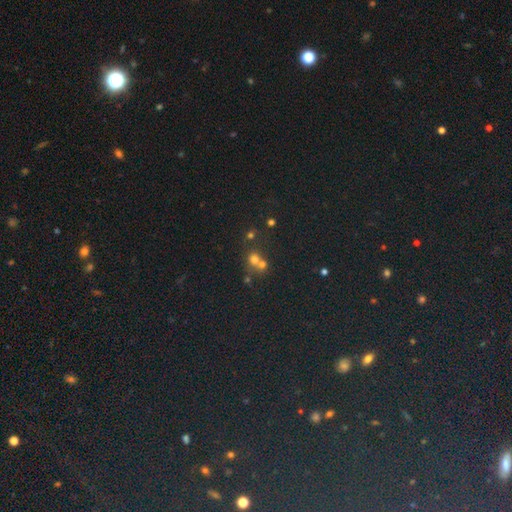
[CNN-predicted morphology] smooth-or-featured: star or artifact: 52% | smooth: 36% | featured or disk: 12%